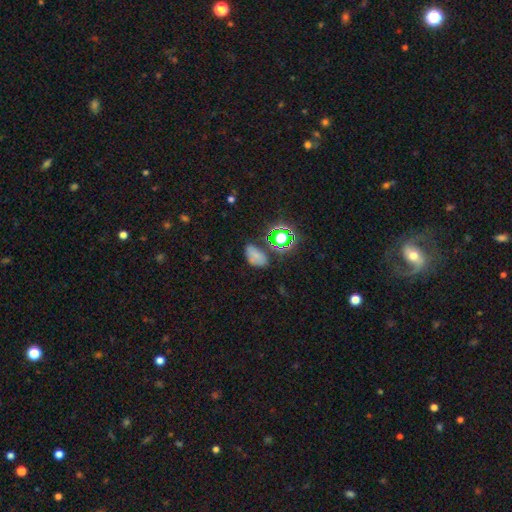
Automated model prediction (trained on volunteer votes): Morphology: type=smooth (57%); roundness=in between (86%); merging=none (65%).